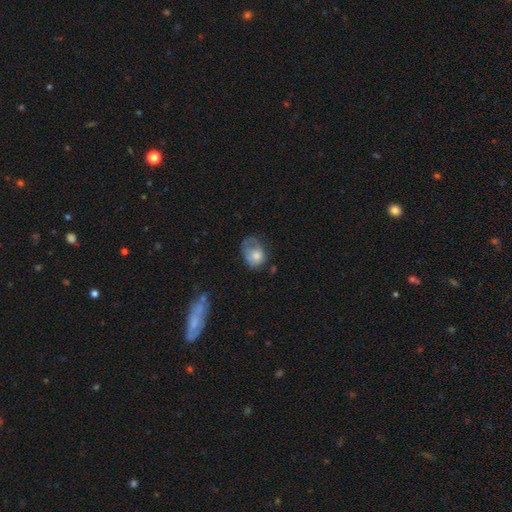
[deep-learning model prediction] Q: Smooth or featured?
A: smooth (63%); runner-up: featured or disk (29%)
Q: How rounded?
A: in between (60%); runner-up: round (39%)
Q: Merging?
A: major disturbance (40%); runner-up: minor disturbance (30%)